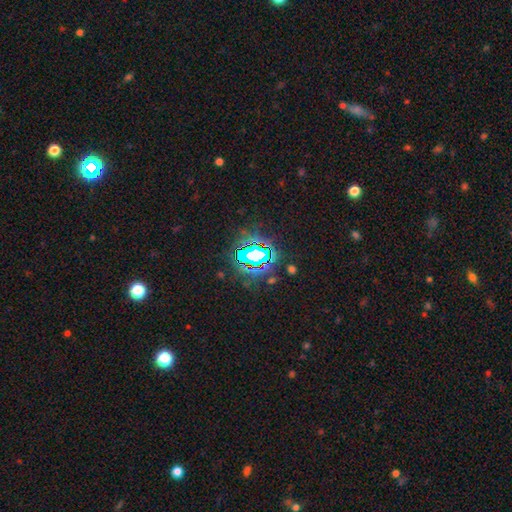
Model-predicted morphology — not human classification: Q: Smooth or featured?
A: star or artifact (73%); runner-up: smooth (15%)